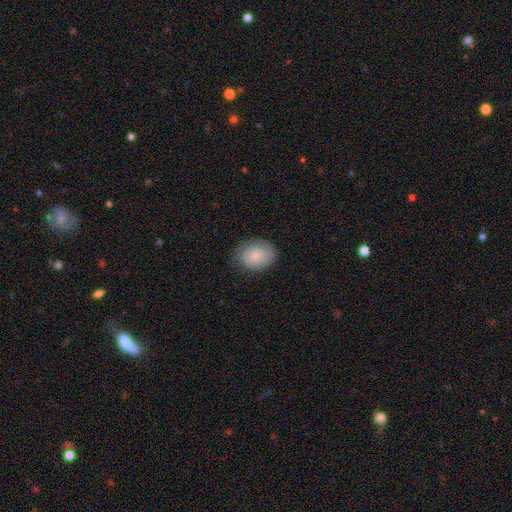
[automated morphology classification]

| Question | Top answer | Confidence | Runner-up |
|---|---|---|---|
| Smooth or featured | smooth | 82% | featured or disk (11%) |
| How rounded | in between | 61% | round (38%) |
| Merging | none | 77% | minor disturbance (18%) |